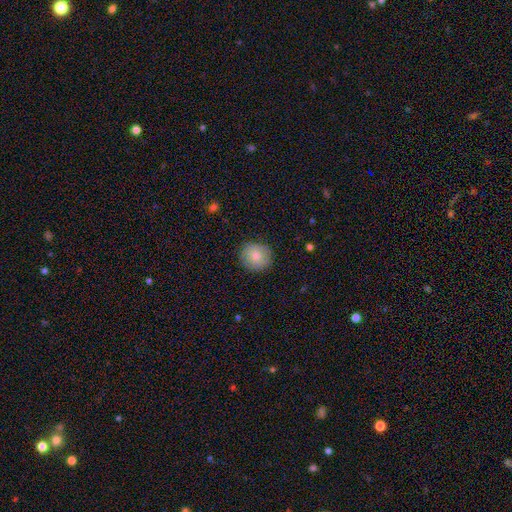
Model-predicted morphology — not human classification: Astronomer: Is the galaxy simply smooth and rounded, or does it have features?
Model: smooth — 82%.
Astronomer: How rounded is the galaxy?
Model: round — 86%.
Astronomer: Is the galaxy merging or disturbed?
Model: none — 87%.